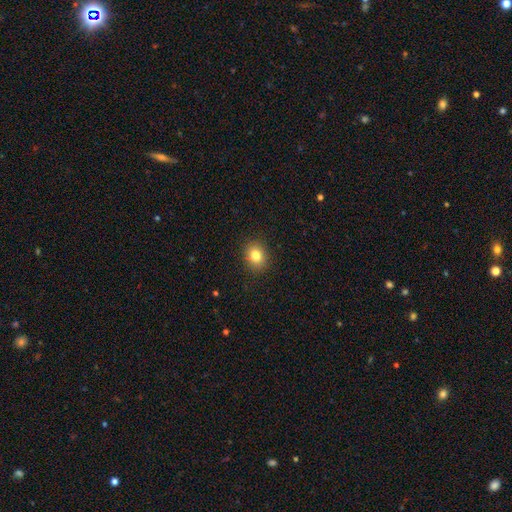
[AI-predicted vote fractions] smooth_or_featured: smooth (p=0.81) [alt: star or artifact p=0.11]
how_rounded: round (p=0.65) [alt: in between p=0.34]
merging: none (p=0.90) [alt: minor disturbance p=0.07]